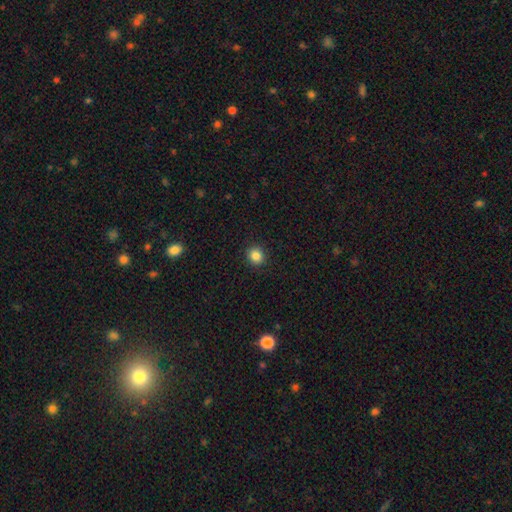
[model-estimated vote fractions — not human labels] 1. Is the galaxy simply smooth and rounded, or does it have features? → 85% smooth, 11% star or artifact, 5% featured or disk.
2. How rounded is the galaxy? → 88% round, 11% in between, 1% cigar-shaped.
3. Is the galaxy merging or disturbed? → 92% none, 5% minor disturbance, 2% major disturbance, 1% merger.